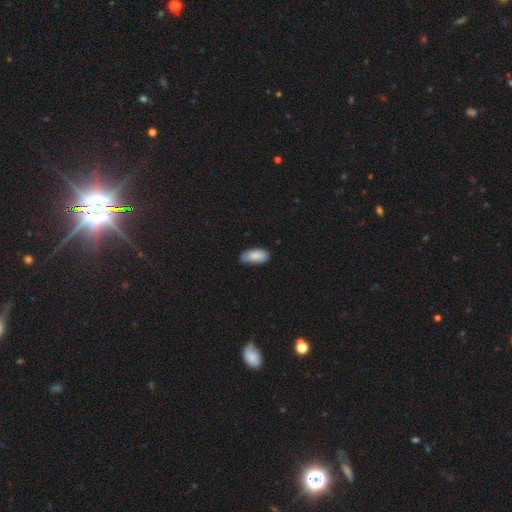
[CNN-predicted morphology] Smooth or featured? smooth (87%)
How rounded? in between (93%)
Merging? none (78%)